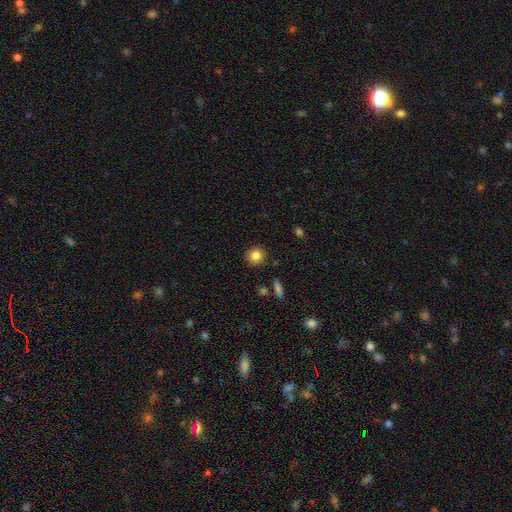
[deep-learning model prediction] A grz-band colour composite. It shows a smooth galaxy with no disk features (83%) that is round (89%). Merging: none (90%).